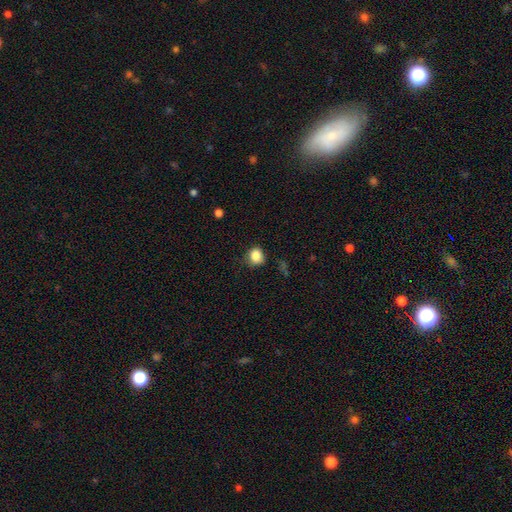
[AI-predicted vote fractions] Smooth or featured?
  - smooth: 84% *
  - star or artifact: 10%
  - featured or disk: 6%
How rounded?
  - round: 74% *
  - in between: 25%
  - cigar-shaped: 1%
Merging?
  - none: 71% *
  - minor disturbance: 22%
  - major disturbance: 5%
  - merger: 2%